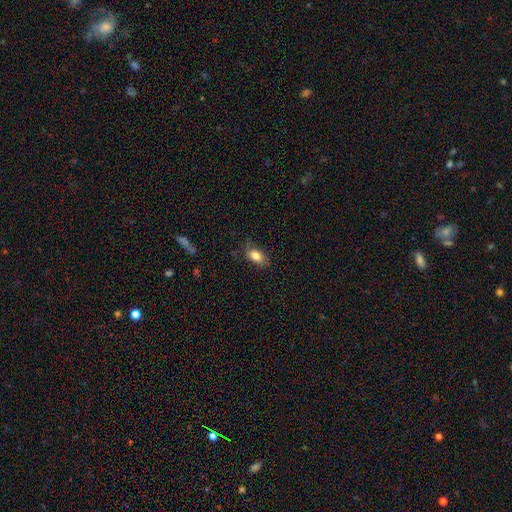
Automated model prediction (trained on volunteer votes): Smooth or featured? smooth (83%)
How rounded? in between (88%)
Merging? none (74%)